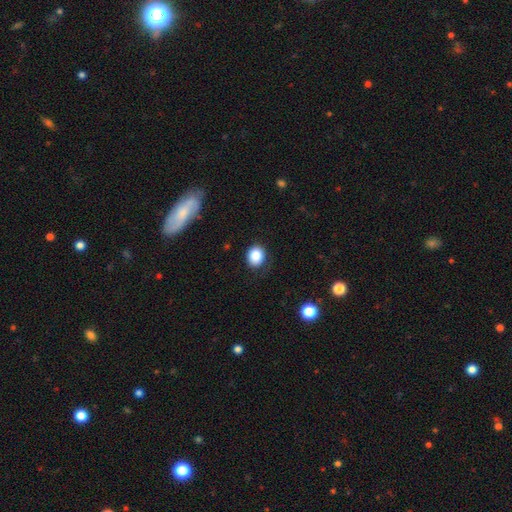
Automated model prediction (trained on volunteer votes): Smooth or featured: smooth — 87% (star or artifact — 9%)
How rounded: round — 66% (in between — 33%)
Merging: none — 81% (minor disturbance — 13%)